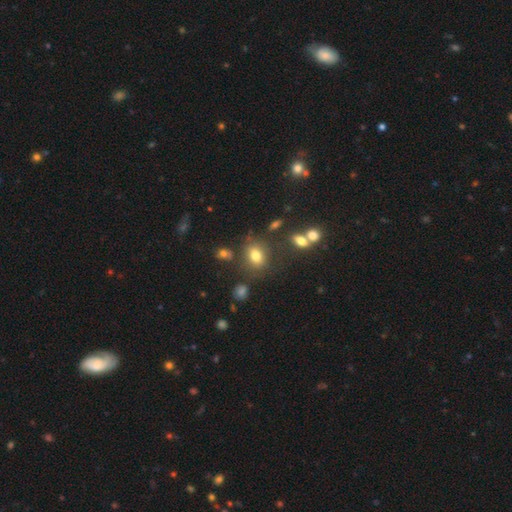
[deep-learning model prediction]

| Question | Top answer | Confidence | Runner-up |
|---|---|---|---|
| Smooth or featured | smooth | 76% | star or artifact (14%) |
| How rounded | in between | 52% | round (46%) |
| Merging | none | 73% | minor disturbance (14%) |